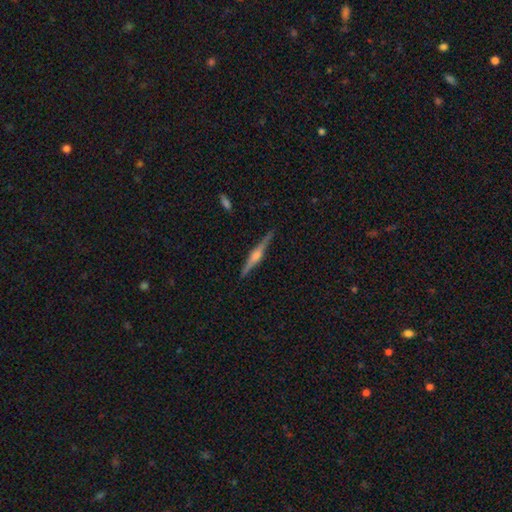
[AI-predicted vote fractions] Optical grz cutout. It shows a featured or disk galaxy (80%) viewed edge-on (98%) with a rounded central bulge (84%). Merging: none (90%).